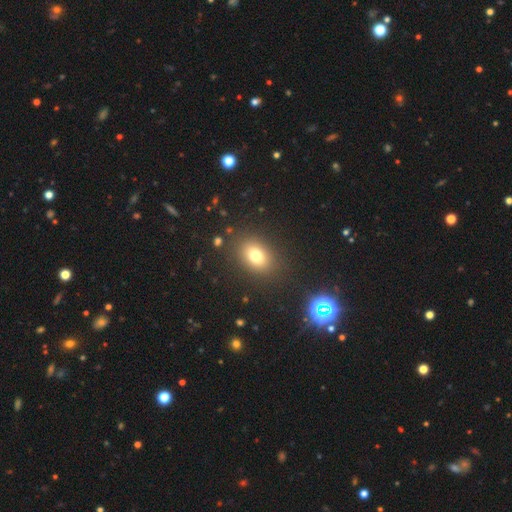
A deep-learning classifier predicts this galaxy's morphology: Smooth or featured? smooth (75%)
How rounded? in between (64%)
Merging? none (86%)